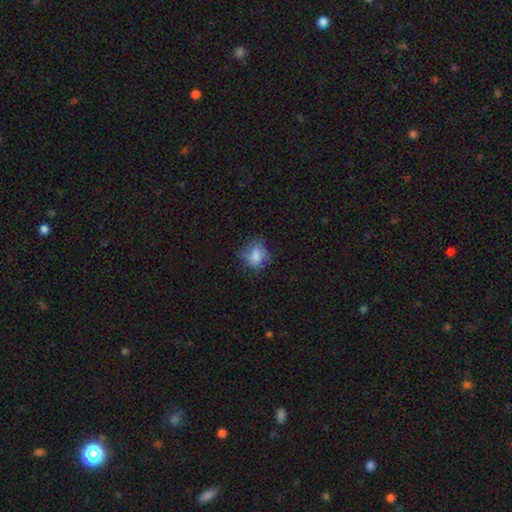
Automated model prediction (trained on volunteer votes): smooth 73%, featured or disk 17%, star or artifact 10%. Down the decision tree: how rounded — round (54%); merging — none (58%).